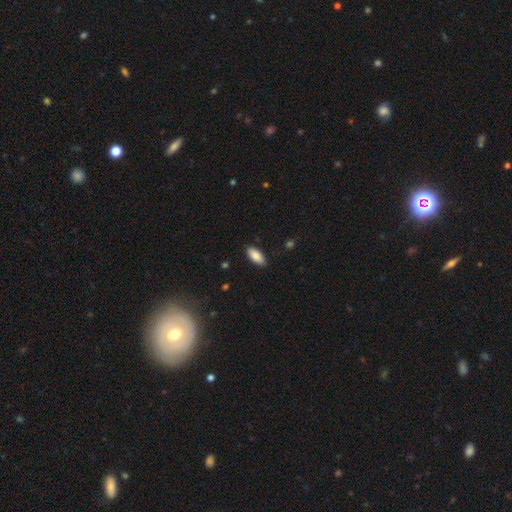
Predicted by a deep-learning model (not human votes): Q: Smooth or featured?
A: smooth (86%); runner-up: featured or disk (8%)
Q: How rounded?
A: in between (90%); runner-up: cigar-shaped (9%)
Q: Merging?
A: none (88%); runner-up: minor disturbance (9%)